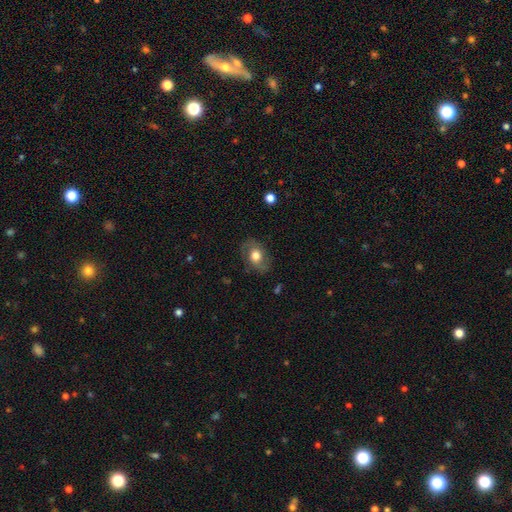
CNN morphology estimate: Smooth or featured? Predicted: featured or disk (p=0.50). Merging? Predicted: none (p=0.78).